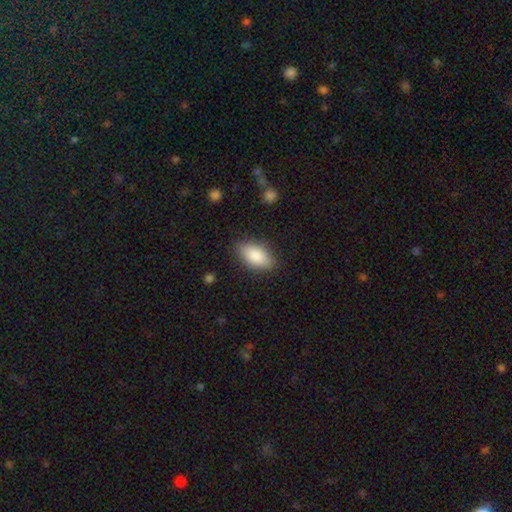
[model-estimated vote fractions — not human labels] smooth-or-featured: smooth: 87% | featured or disk: 7% | star or artifact: 6%
  how-rounded: in between: 92% | cigar-shaped: 5% | round: 3%
  merging: none: 83% | minor disturbance: 12% | major disturbance: 3% | merger: 1%